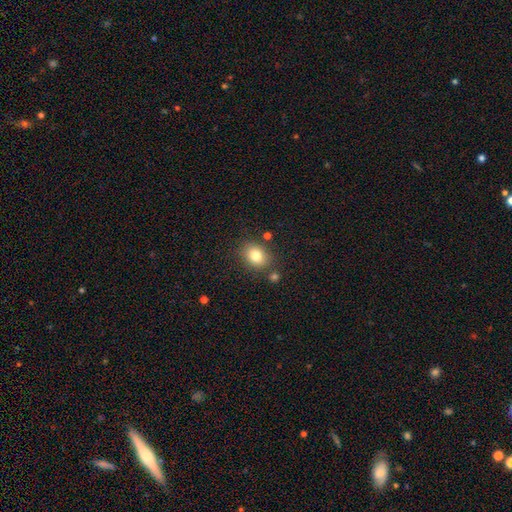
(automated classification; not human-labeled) Smooth or featured? Predicted: smooth (p=0.81). How rounded? Predicted: in between (p=0.52). Merging? Predicted: none (p=0.78).